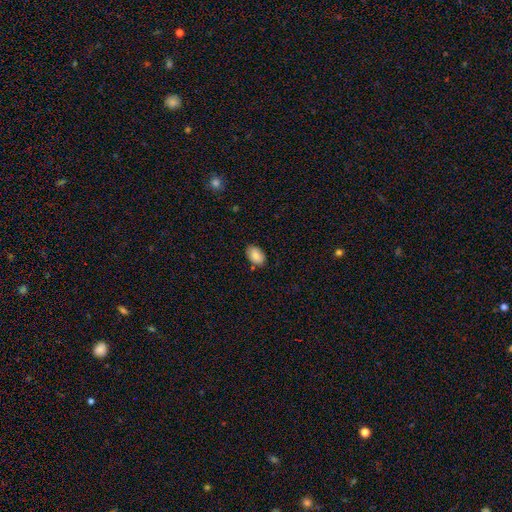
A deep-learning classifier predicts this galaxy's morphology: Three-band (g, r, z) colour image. It shows a smooth galaxy with no disk features (82%) that is in between round and cigar-shaped (88%). Merging: none (81%).